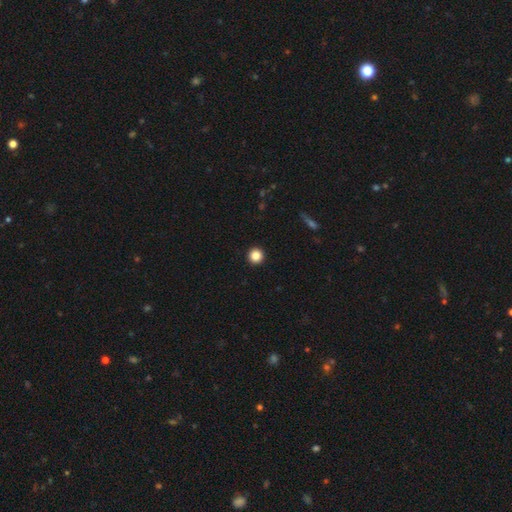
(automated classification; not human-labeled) A smooth galaxy with no disk features (86%) that is round (96%).

Vote fractions:
- Smooth or featured? smooth: 86% / star or artifact: 10% / featured or disk: 4%
- How rounded? round: 96% / in between: 3% / cigar-shaped: 1%
- Merging? none: 94% / minor disturbance: 4% / major disturbance: 1% / merger: 1%